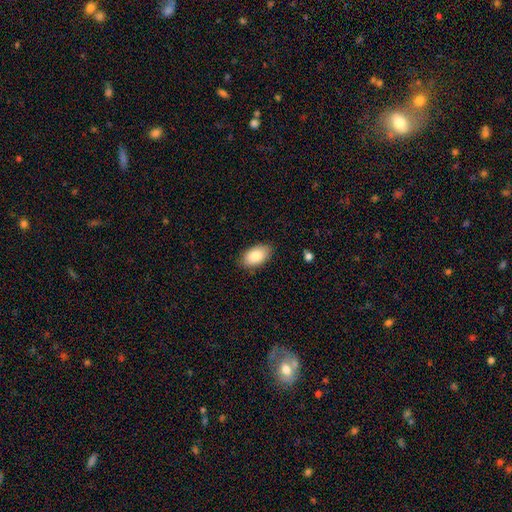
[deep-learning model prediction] Smooth or featured? Predicted: smooth (p=0.85). How rounded? Predicted: in between (p=0.94). Merging? Predicted: none (p=0.85).